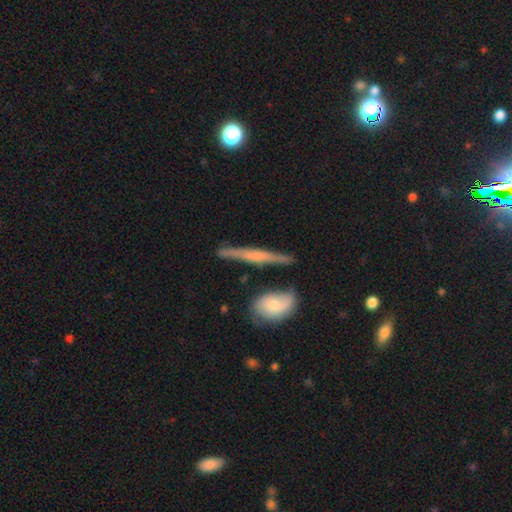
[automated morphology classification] smooth-or-featured: featured or disk: 62% | smooth: 32% | star or artifact: 7%
  disk-edge-on: yes: 94% | no: 6%
    edge-on-bulge: rounded: 46% | none: 33% | boxy: 21%
  merging: none: 79% | minor disturbance: 13% | merger: 4% | major disturbance: 3%